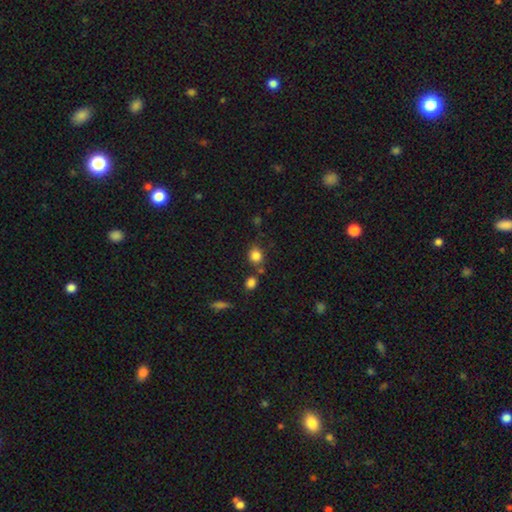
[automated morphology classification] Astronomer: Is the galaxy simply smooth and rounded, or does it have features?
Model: smooth — 84%.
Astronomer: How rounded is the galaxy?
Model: round — 73%.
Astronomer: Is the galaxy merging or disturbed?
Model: none — 71%.